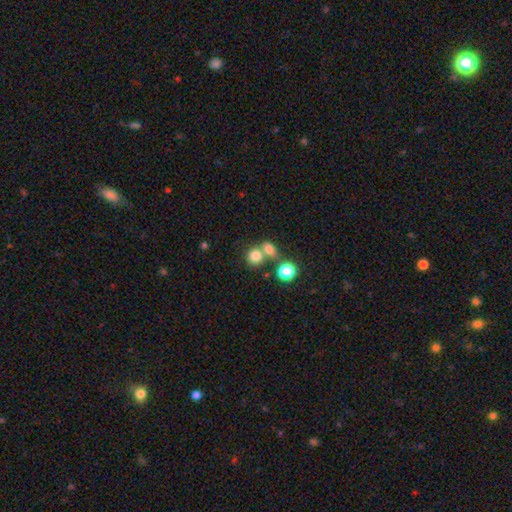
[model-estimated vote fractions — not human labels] Smooth or featured? Predicted: smooth (p=0.78). How rounded? Predicted: round (p=0.79). Merging? Predicted: none (p=0.48).